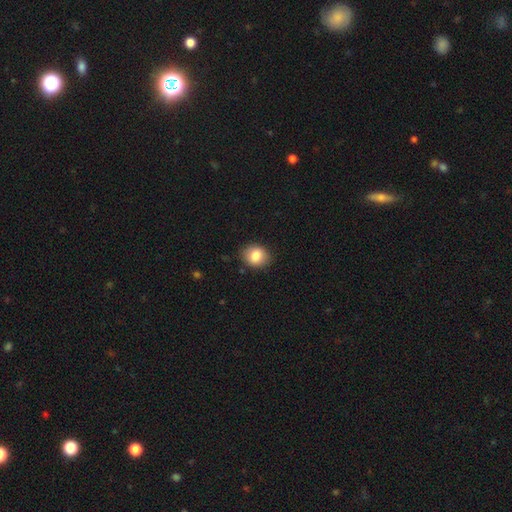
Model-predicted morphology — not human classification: Smooth or featured?
  - smooth: 83% *
  - star or artifact: 9%
  - featured or disk: 8%
How rounded?
  - round: 65% *
  - in between: 34%
  - cigar-shaped: 1%
Merging?
  - none: 87% *
  - minor disturbance: 10%
  - major disturbance: 2%
  - merger: 1%